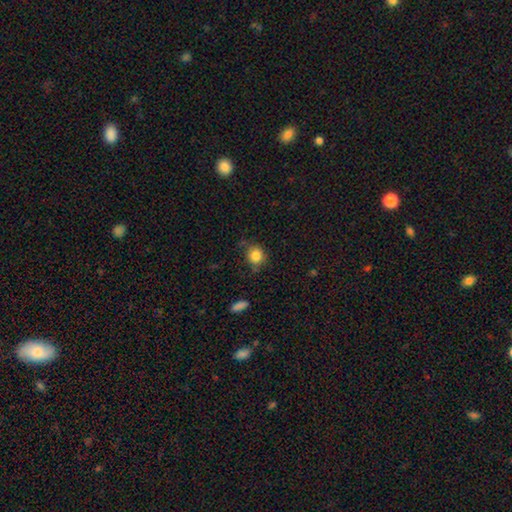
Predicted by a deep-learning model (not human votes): Smooth or featured: smooth — 84% (star or artifact — 10%)
How rounded: round — 78% (in between — 21%)
Merging: none — 69% (minor disturbance — 22%)